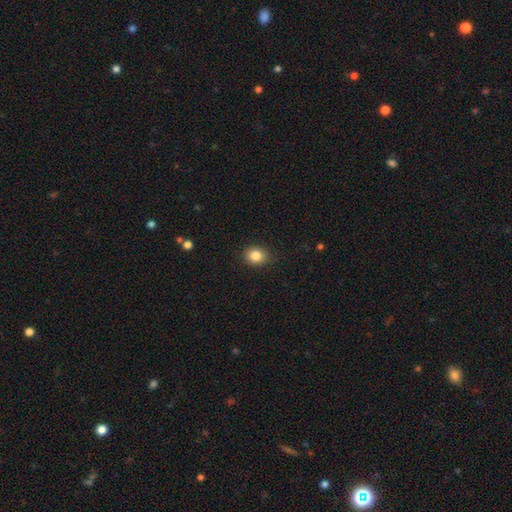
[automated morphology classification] This is clearly a smooth galaxy (85%). How rounded: possibly round (56%). Merging: clearly none (86%).